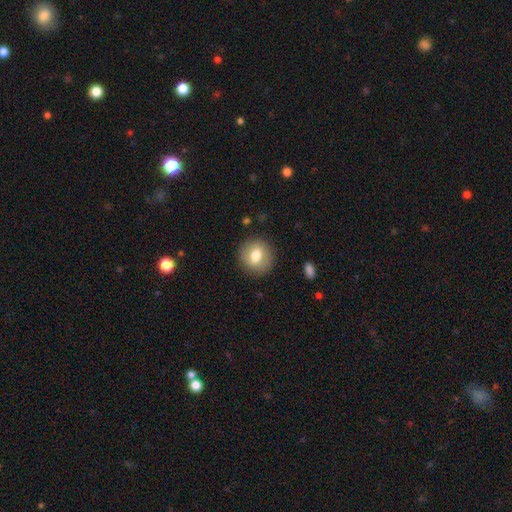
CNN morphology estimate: smooth 75%, featured or disk 17%, star or artifact 8%. Down the decision tree: how rounded — round (81%); merging — none (87%).